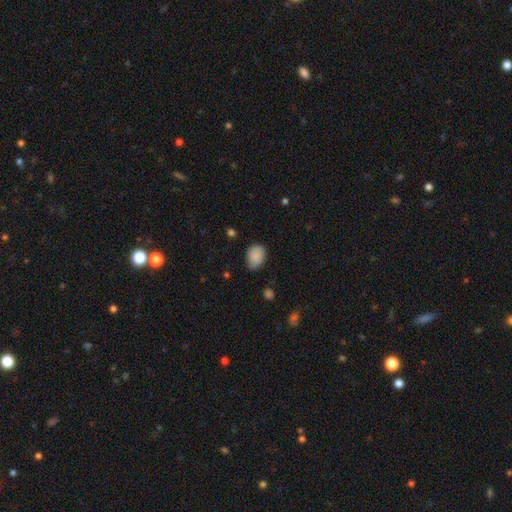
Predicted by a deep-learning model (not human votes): Smooth or featured?
  - smooth: 86% *
  - star or artifact: 8%
  - featured or disk: 6%
How rounded?
  - in between: 69% *
  - round: 30%
  - cigar-shaped: 1%
Merging?
  - none: 62% *
  - minor disturbance: 31%
  - major disturbance: 5%
  - merger: 1%